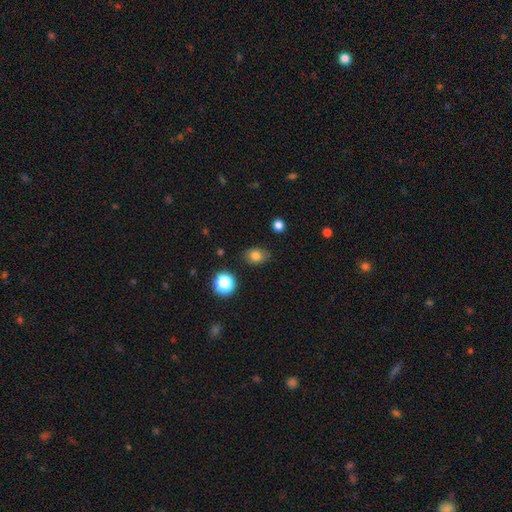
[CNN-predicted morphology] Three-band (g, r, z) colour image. It shows a smooth galaxy with no disk features (80%) that is in between round and cigar-shaped (64%). Merging: none (83%).